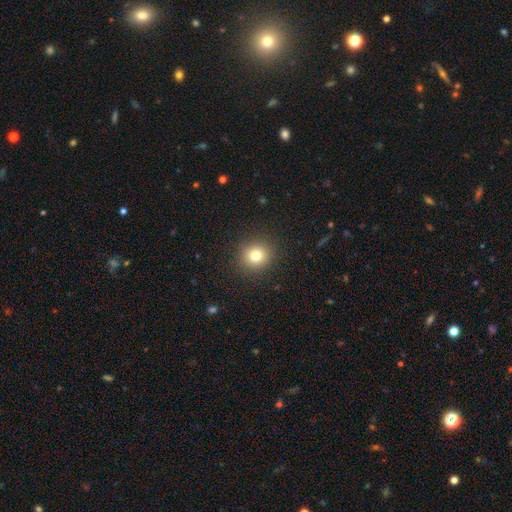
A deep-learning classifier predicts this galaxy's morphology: Q: Smooth or featured?
A: smooth (79%); runner-up: star or artifact (13%)
Q: How rounded?
A: round (89%); runner-up: in between (10%)
Q: Merging?
A: none (90%); runner-up: minor disturbance (6%)